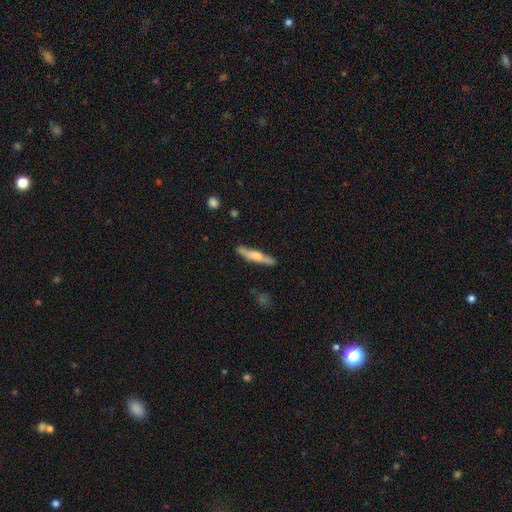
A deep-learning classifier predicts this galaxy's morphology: smooth_or_featured: smooth (p=0.47) [tied with: featured or disk p=0.47]
merging: none (p=0.85) [alt: minor disturbance p=0.11]